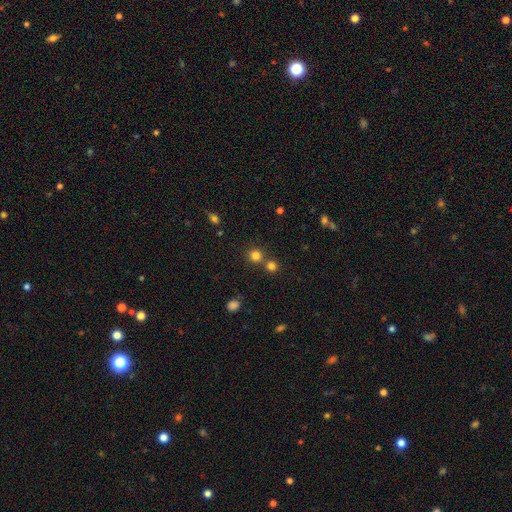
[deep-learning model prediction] This is likely a smooth galaxy (78%). How rounded: clearly round (91%). Merging: likely none (70%).